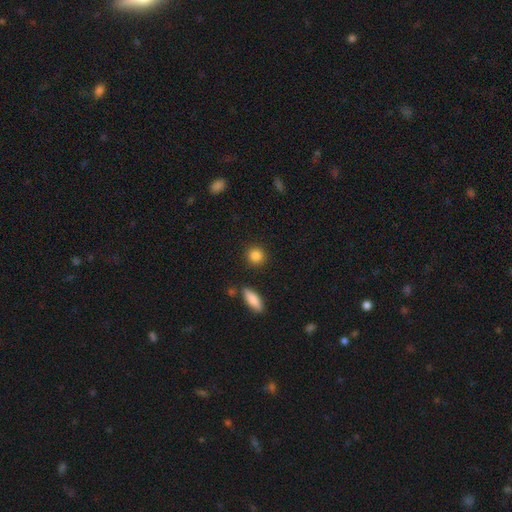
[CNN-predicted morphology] A smooth galaxy with no disk features (87%) that is round (85%). Merging: none (88%).